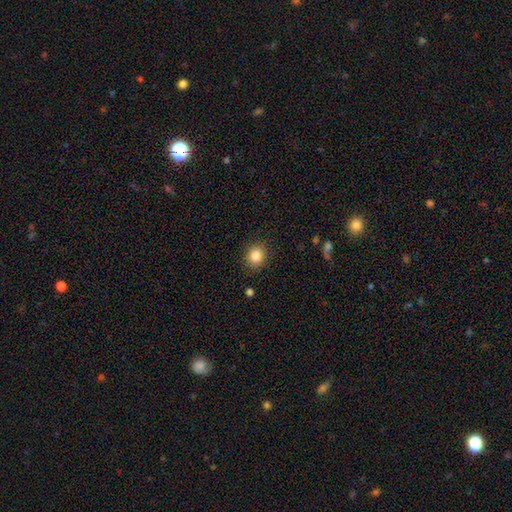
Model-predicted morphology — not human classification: Overall: smooth (85%). How rounded: round (68%; in between 31%). Merging: none (88%).